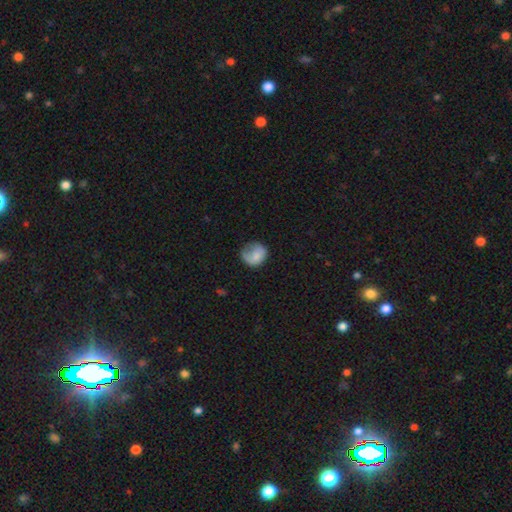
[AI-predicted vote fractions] Morphology: type=smooth (73%); roundness=round (72%); merging=none (44%).